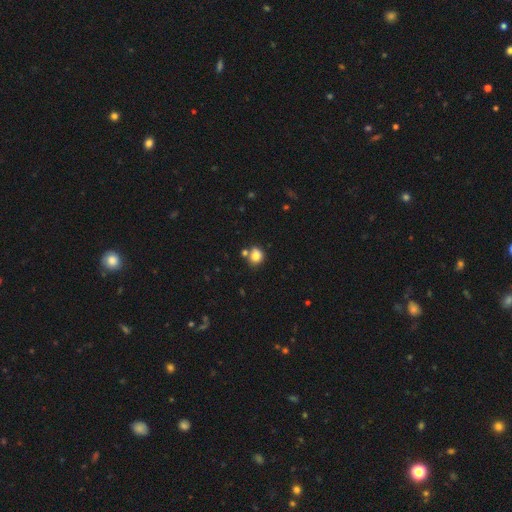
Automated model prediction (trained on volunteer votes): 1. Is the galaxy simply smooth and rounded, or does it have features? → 82% smooth, 11% star or artifact, 8% featured or disk.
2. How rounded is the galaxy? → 76% round, 23% in between, 1% cigar-shaped.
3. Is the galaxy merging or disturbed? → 61% none, 22% merger, 13% minor disturbance, 4% major disturbance.